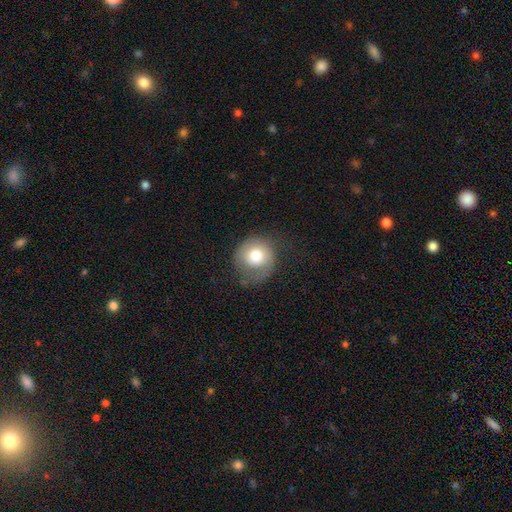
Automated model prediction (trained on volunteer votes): Smooth or featured? smooth (67%)
How rounded? round (85%)
Merging? none (52%)